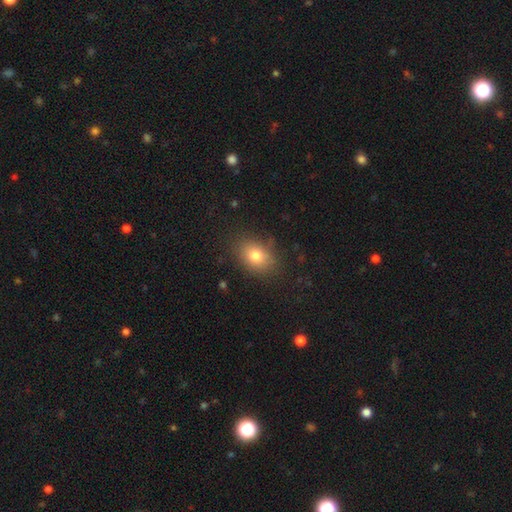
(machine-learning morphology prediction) A smooth galaxy with no disk features (79%) that is in between round and cigar-shaped (69%).

Vote fractions:
- Smooth or featured? smooth: 79% / featured or disk: 11% / star or artifact: 11%
- How rounded? in between: 69% / round: 30% / cigar-shaped: 1%
- Merging? none: 81% / minor disturbance: 14% / major disturbance: 4% / merger: 1%